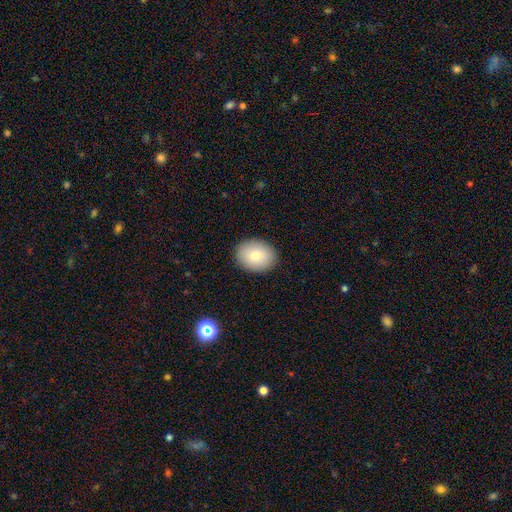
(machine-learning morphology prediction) type=smooth (81%); roundness=in between (57%); merging=none (89%).